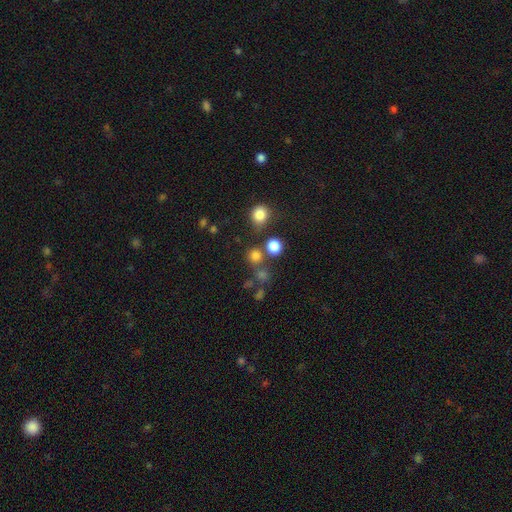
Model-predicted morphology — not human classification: Smooth or featured? smooth (76%)
How rounded? round (91%)
Merging? none (72%)